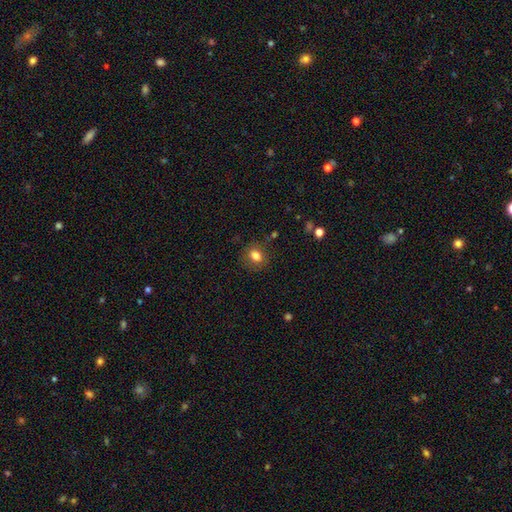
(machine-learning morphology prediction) smooth-or-featured: smooth: 81% | star or artifact: 11% | featured or disk: 8%
  how-rounded: round: 62% | in between: 37% | cigar-shaped: 1%
  merging: none: 82% | minor disturbance: 12% | major disturbance: 4% | merger: 2%